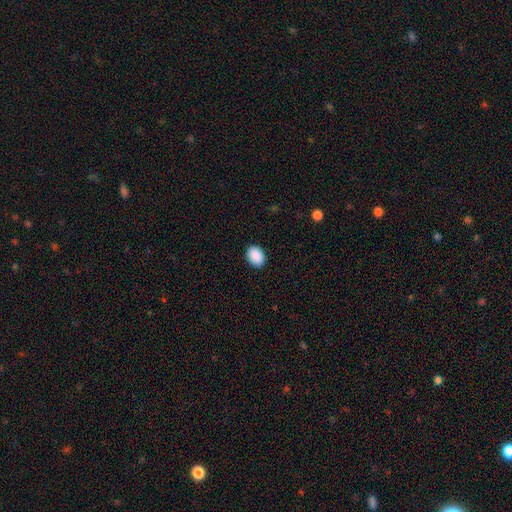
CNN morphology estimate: Smooth or featured: smooth — 91% (star or artifact — 7%)
How rounded: in between — 74% (round — 25%)
Merging: none — 90% (minor disturbance — 7%)